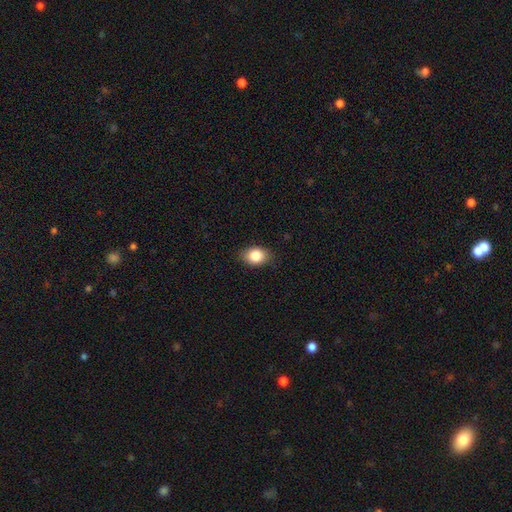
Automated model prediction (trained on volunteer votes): Smooth or featured? smooth (85%)
How rounded? in between (70%)
Merging? none (84%)